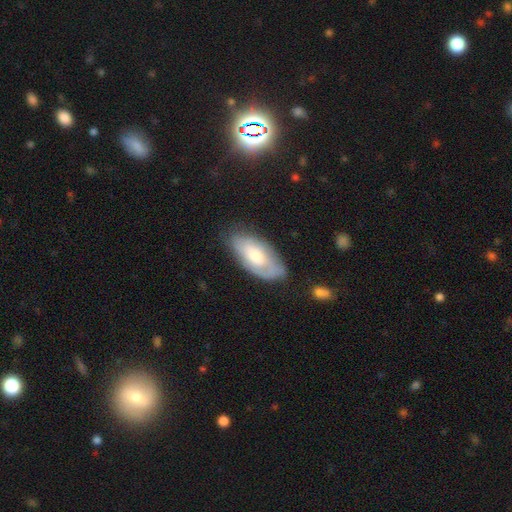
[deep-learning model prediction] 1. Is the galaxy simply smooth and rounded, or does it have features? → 47% featured or disk (tied), 47% smooth (tied), 6% star or artifact.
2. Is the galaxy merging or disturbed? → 68% none, 24% minor disturbance, 7% major disturbance, 2% merger.